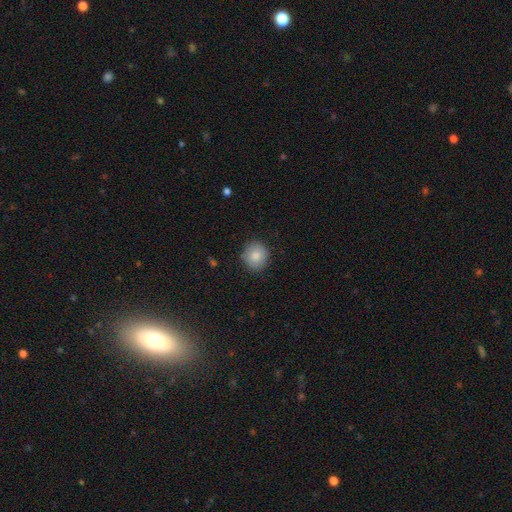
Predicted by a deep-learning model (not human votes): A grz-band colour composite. It shows a smooth galaxy with no disk features (85%) that is round (85%). Merging: none (86%).